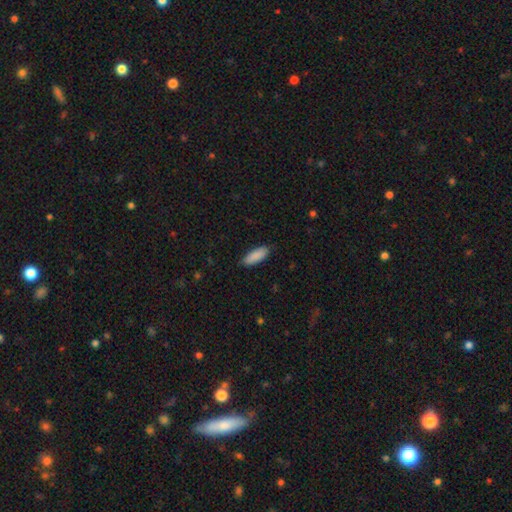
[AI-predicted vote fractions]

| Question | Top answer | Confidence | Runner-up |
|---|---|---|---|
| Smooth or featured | smooth | 90% | star or artifact (6%) |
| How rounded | in between | 74% | cigar-shaped (24%) |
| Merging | none | 86% | minor disturbance (11%) |